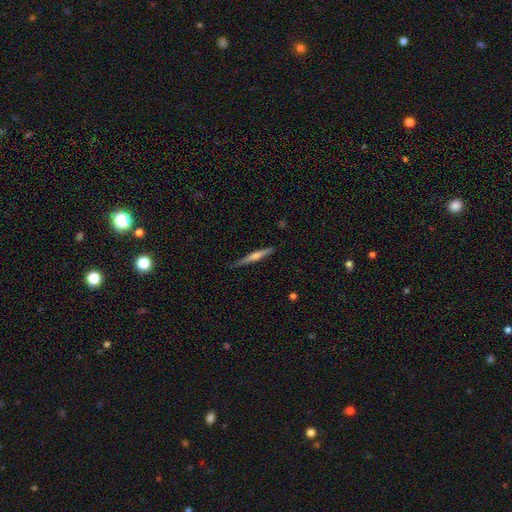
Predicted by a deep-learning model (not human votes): Smooth or featured: featured or disk — 66% (smooth — 29%)
Edge-on disk: yes — 98% (no — 2%)
Edge-on bulge: rounded — 77% (none — 15%)
Merging: none — 86% (minor disturbance — 11%)